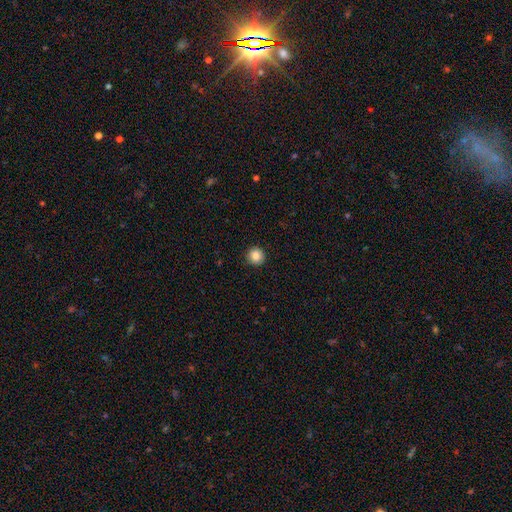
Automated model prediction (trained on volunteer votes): Smooth or featured: smooth — 86% (star or artifact — 9%)
How rounded: round — 95% (in between — 4%)
Merging: none — 92% (minor disturbance — 5%)